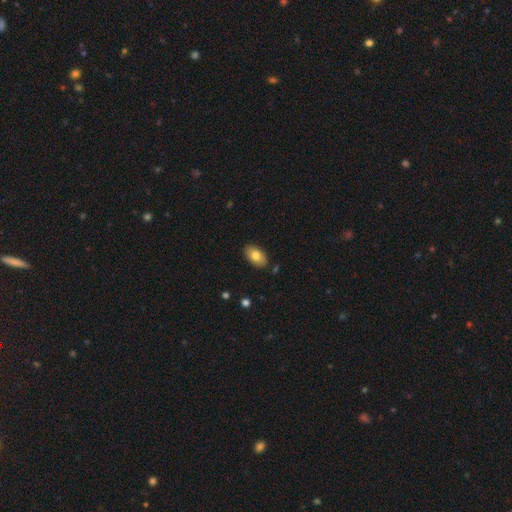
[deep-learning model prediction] A smooth galaxy with no disk features (78%) that is in between round and cigar-shaped (92%). Merging: none (86%).